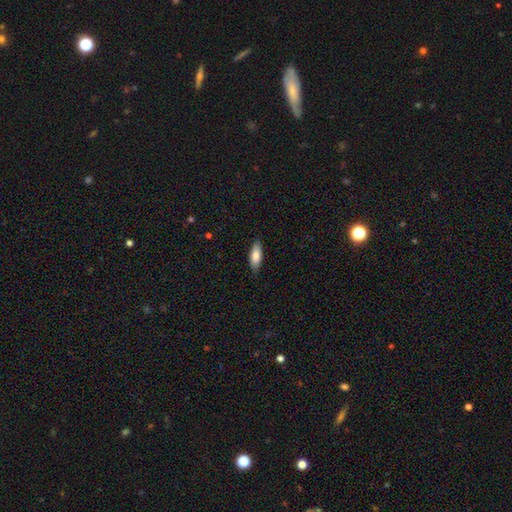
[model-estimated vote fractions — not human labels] This is clearly a smooth galaxy (82%). How rounded: likely in between (71%). Merging: clearly none (87%).